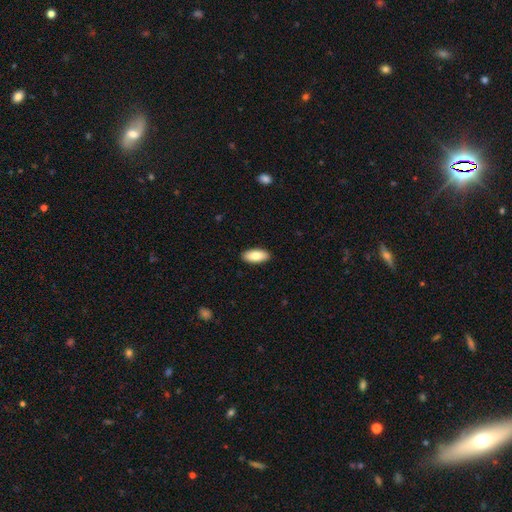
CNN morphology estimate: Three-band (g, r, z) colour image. It shows a smooth galaxy with no disk features (82%) that is in between round and cigar-shaped (90%). Merging: none (91%).